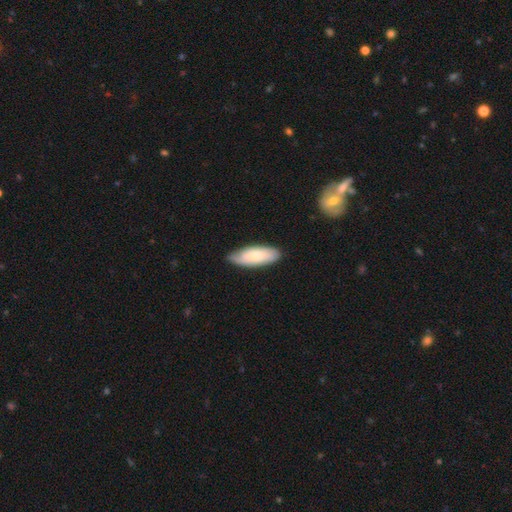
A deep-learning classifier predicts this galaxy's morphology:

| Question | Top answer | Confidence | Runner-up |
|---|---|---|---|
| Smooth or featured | smooth | 70% | featured or disk (25%) |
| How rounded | in between | 74% | cigar-shaped (25%) |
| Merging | none | 71% | minor disturbance (25%) |